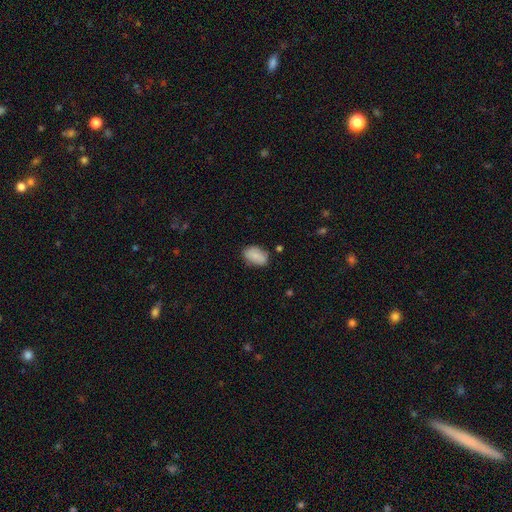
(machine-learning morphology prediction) This is clearly a smooth galaxy (83%). How rounded: clearly in between (90%). Merging: likely none (75%).